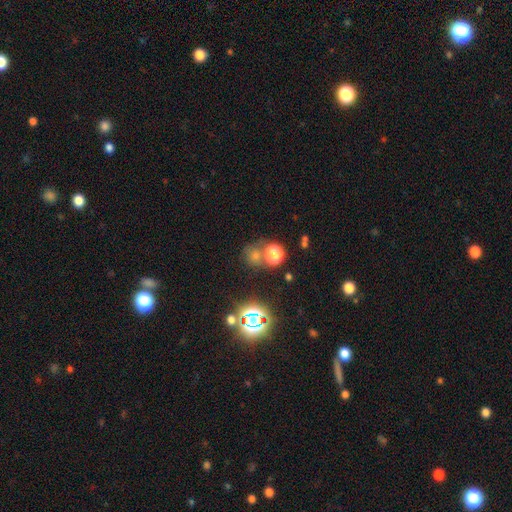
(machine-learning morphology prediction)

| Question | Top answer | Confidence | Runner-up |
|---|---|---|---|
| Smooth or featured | smooth | 62% | star or artifact (30%) |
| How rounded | round | 82% | in between (17%) |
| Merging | none | 56% | merger (27%) |